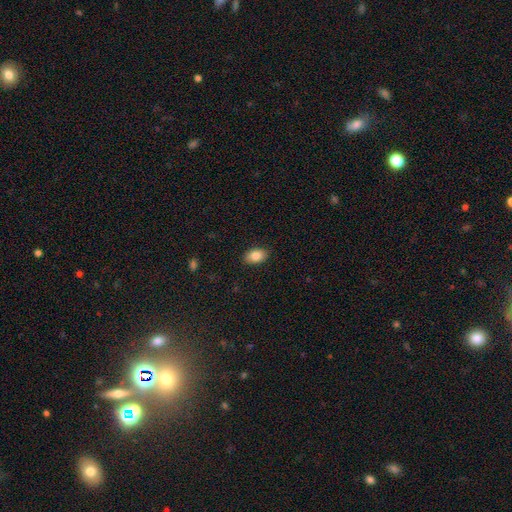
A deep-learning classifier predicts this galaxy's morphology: Smooth or featured? smooth (86%)
How rounded? in between (90%)
Merging? none (89%)